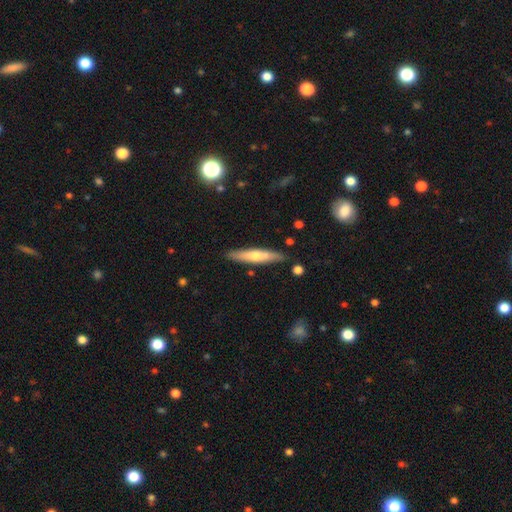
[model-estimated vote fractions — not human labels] Smooth or featured? smooth (55%)
How rounded? cigar-shaped (87%)
Merging? none (87%)